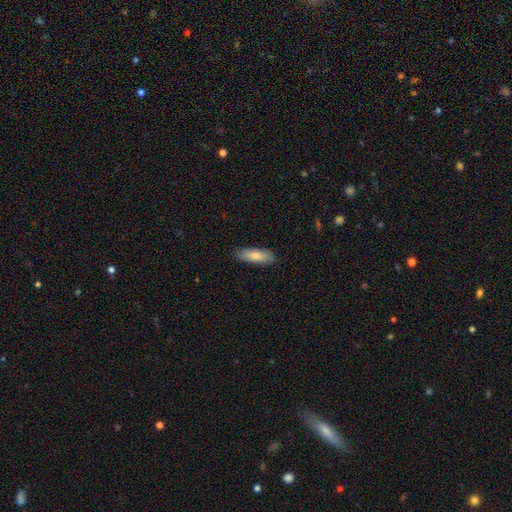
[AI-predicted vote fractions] smooth-or-featured: smooth: 81% | featured or disk: 13% | star or artifact: 6%
  how-rounded: in between: 62% | cigar-shaped: 36% | round: 2%
  merging: none: 86% | minor disturbance: 11% | major disturbance: 2% | merger: 1%